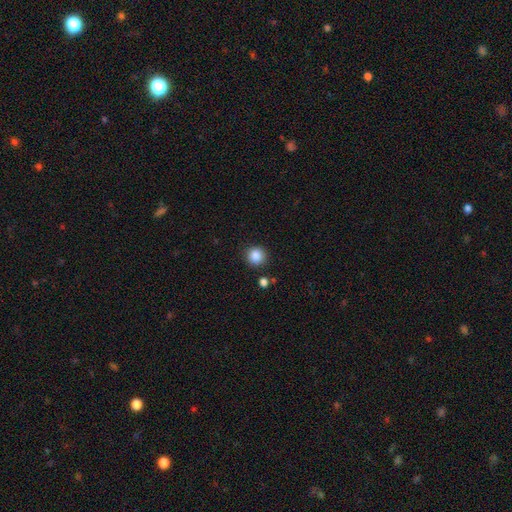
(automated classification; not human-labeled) The model was most divided on "smooth or featured": smooth: 87%, star or artifact: 10%, featured or disk: 3%. More confident: how rounded — round (93%); merging — none (88%).